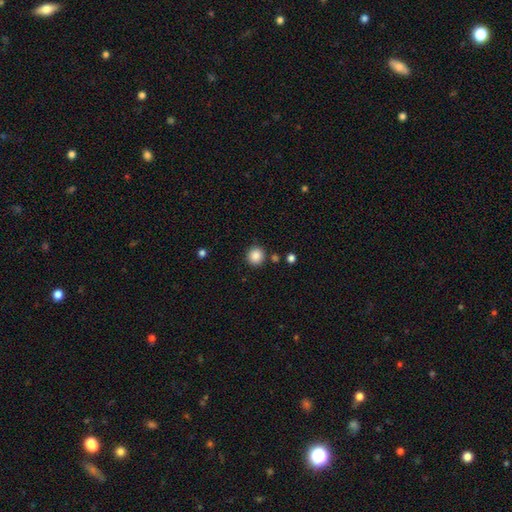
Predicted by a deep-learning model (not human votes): This is clearly a smooth galaxy (87%). How rounded: clearly round (92%). Merging: clearly none (87%).